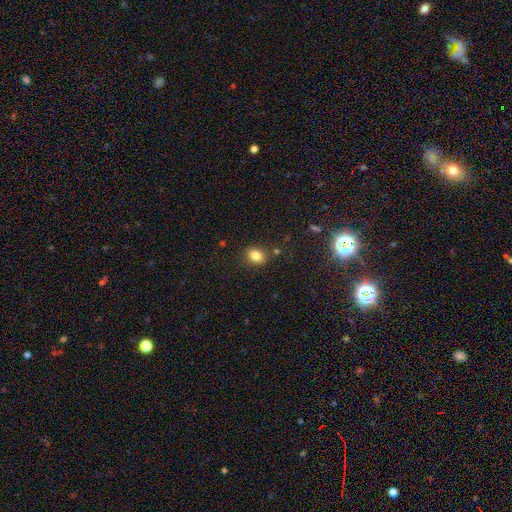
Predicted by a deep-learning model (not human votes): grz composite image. It shows a smooth galaxy with no disk features (82%) that is in between round and cigar-shaped (57%). Merging: none (82%).